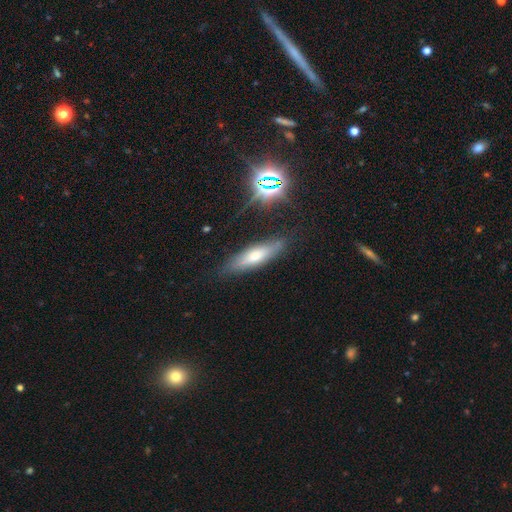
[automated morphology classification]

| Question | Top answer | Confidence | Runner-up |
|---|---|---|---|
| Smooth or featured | smooth | 53% | featured or disk (33%) |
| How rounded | cigar-shaped | 66% | in between (32%) |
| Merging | none | 81% | minor disturbance (13%) |